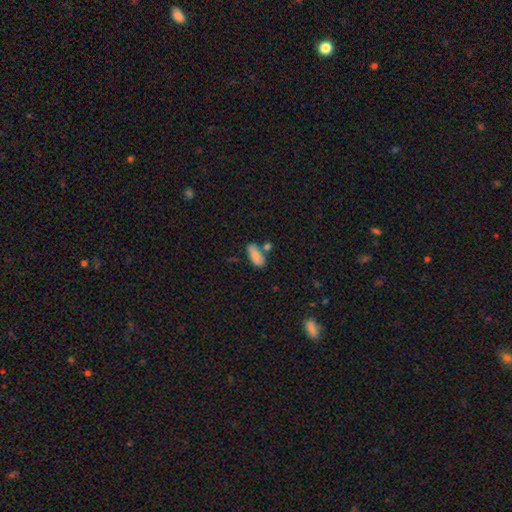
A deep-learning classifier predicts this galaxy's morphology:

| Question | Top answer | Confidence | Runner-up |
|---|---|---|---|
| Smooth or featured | smooth | 83% | featured or disk (9%) |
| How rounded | in between | 85% | cigar-shaped (12%) |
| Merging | none | 57% | merger (21%) |